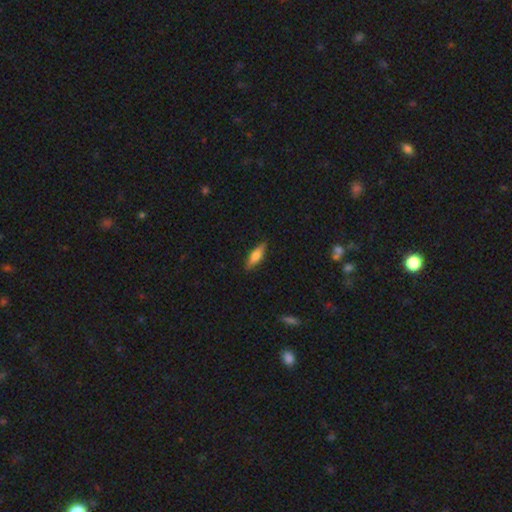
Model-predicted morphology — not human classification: Smooth or featured?
  - smooth: 59% *
  - featured or disk: 35%
  - star or artifact: 6%
How rounded?
  - cigar-shaped: 57% *
  - in between: 41%
  - round: 2%
Merging?
  - none: 87% *
  - minor disturbance: 10%
  - major disturbance: 2%
  - merger: 1%